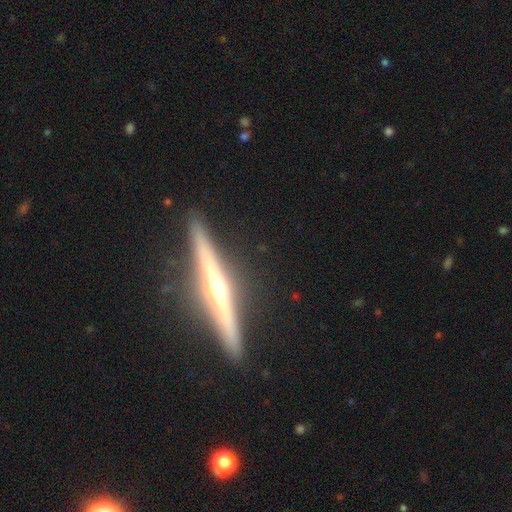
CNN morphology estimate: Smooth or featured? Predicted: featured or disk (p=0.87). Edge-on disk? Predicted: yes (p=0.98). Edge-on bulge? Predicted: rounded (p=0.91). Merging? Predicted: none (p=0.90).